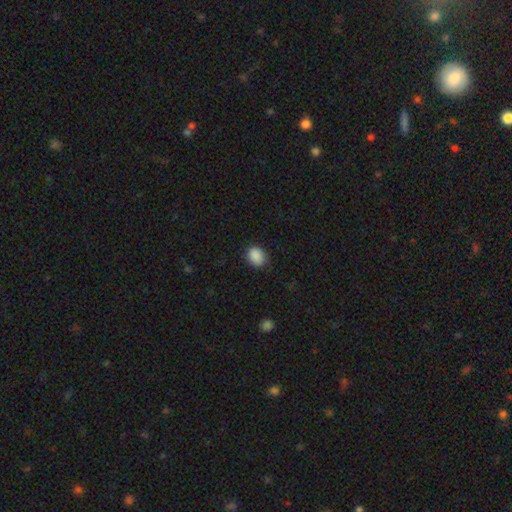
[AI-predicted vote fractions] This is clearly a smooth galaxy (89%). How rounded: likely in between (62%). Merging: clearly none (82%).